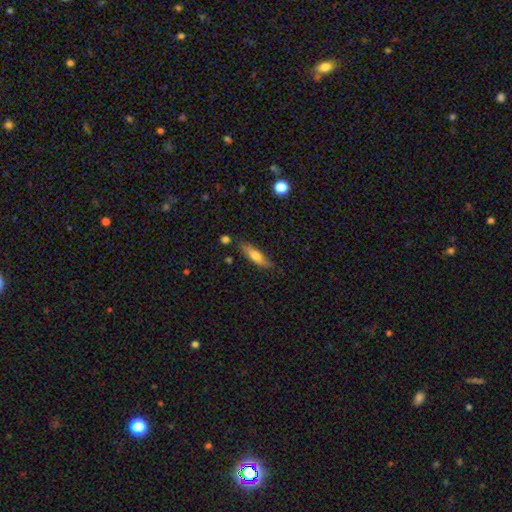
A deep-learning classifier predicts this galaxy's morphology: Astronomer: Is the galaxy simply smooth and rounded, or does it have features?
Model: smooth — 62%.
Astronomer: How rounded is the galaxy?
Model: cigar-shaped — 66%.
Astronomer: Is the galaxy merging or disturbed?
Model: none — 78%.